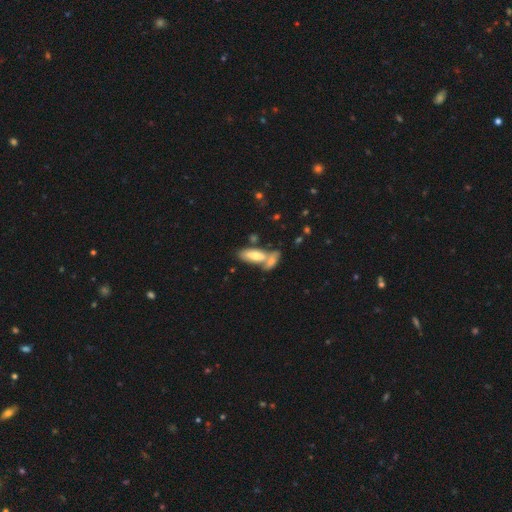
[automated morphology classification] This is likely a smooth galaxy (67%). How rounded: likely in between (76%). Merging: possibly merger (50%).